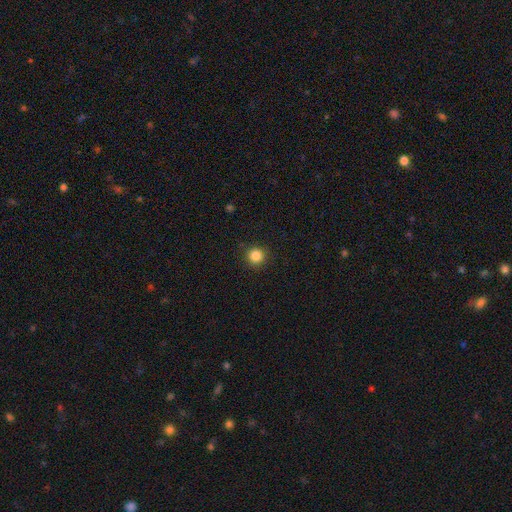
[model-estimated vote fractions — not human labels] A smooth galaxy with no disk features (85%) that is round (94%). Merging: none (91%).